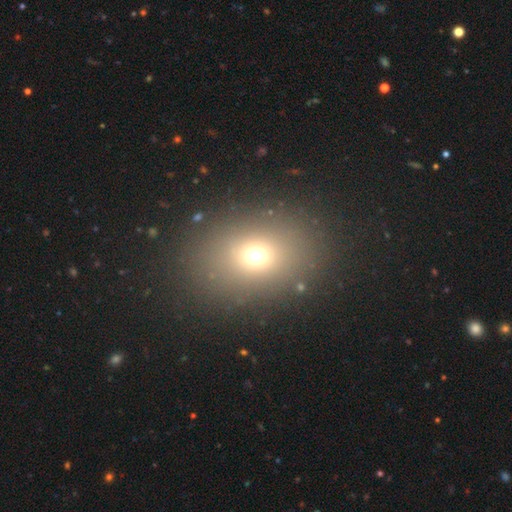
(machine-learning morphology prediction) smooth 68%, star or artifact 19%, featured or disk 13%. Down the decision tree: how rounded — in between (57%); merging — none (85%).